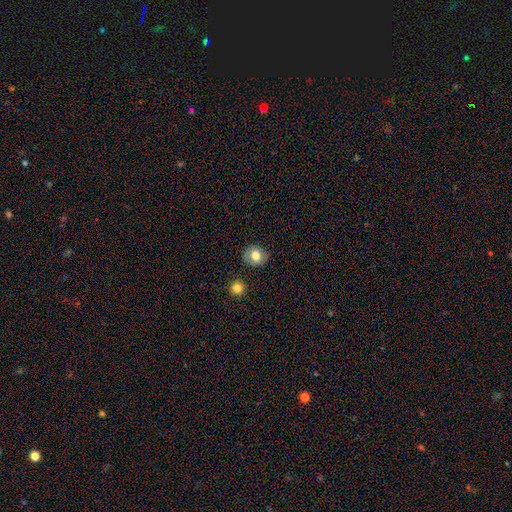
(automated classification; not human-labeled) Morphology: type=smooth (76%); roundness=round (71%); merging=none (84%).